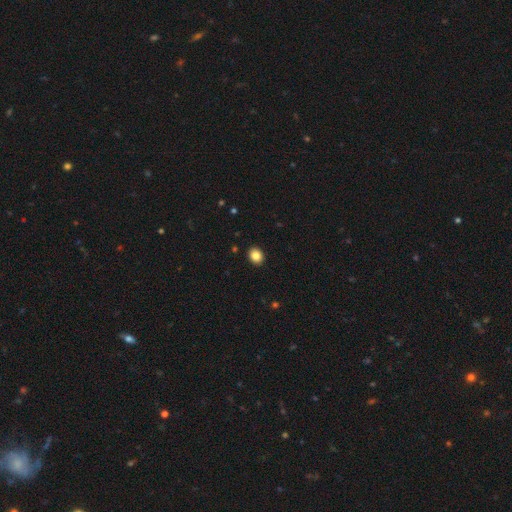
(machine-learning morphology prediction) Smooth or featured?
  - smooth: 86% *
  - star or artifact: 10%
  - featured or disk: 5%
How rounded?
  - round: 53% *
  - in between: 46%
  - cigar-shaped: 1%
Merging?
  - none: 92% *
  - minor disturbance: 6%
  - major disturbance: 2%
  - merger: 1%